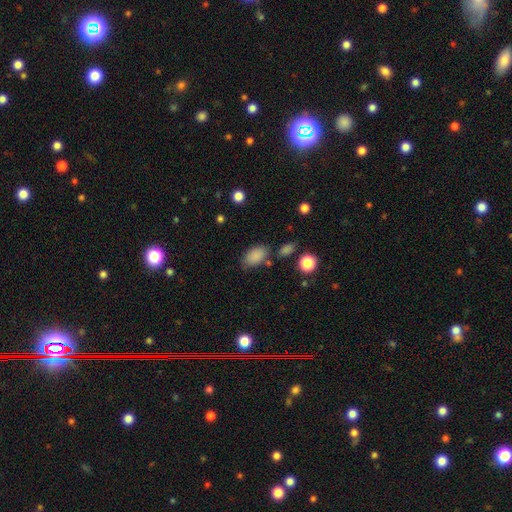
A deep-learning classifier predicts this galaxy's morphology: A smooth galaxy with no disk features (86%) that is in between round and cigar-shaped (91%). Merging: none (73%).